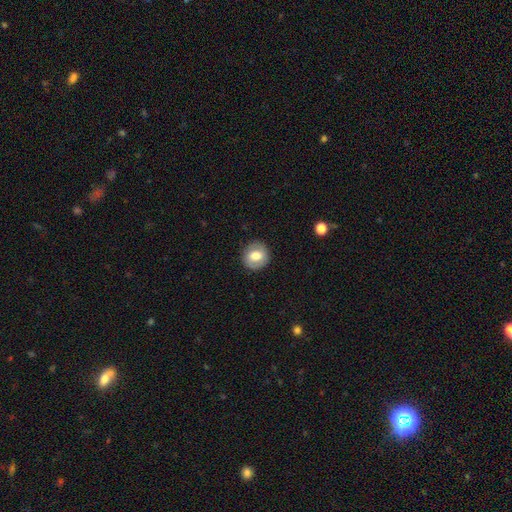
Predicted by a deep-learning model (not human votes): This appears to be a smooth galaxy with no disk features (64%) that is round (85%). Merging: none (87%).